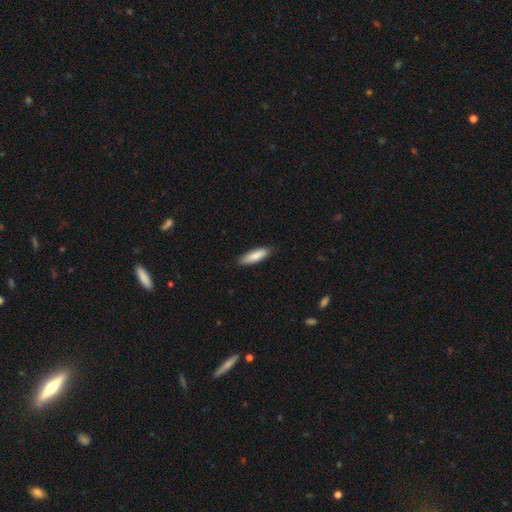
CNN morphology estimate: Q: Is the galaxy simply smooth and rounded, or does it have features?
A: smooth — 83%.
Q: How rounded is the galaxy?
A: cigar-shaped — 57%.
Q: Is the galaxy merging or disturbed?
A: none — 87%.